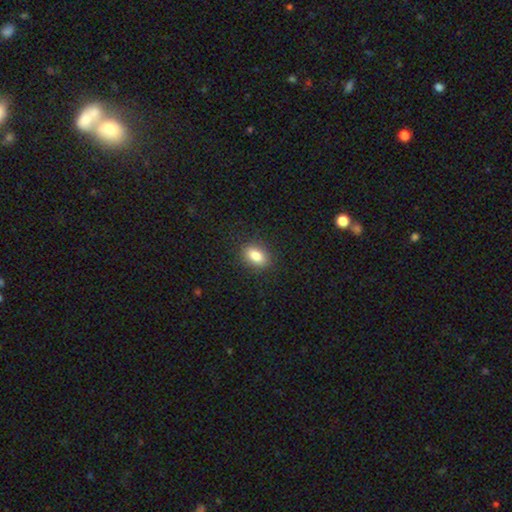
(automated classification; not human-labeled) The model was most divided on "how rounded": in between: 81%, round: 17%, cigar-shaped: 2%. More confident: merging — none (88%); smooth or featured — smooth (84%).